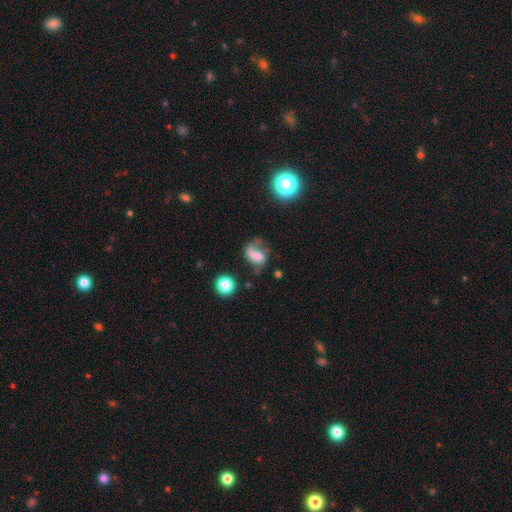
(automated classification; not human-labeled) Smooth or featured? Predicted: featured or disk (p=0.45). Merging? Predicted: major disturbance (p=0.39).